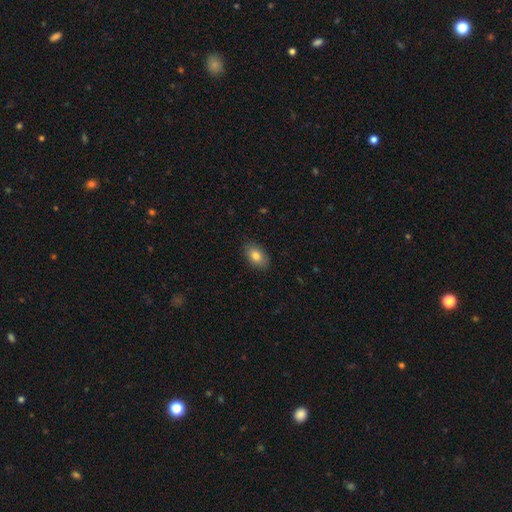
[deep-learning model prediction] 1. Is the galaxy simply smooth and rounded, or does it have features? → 83% smooth, 9% featured or disk, 8% star or artifact.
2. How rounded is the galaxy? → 89% in between, 9% round, 2% cigar-shaped.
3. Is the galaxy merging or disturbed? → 86% none, 11% minor disturbance, 2% major disturbance, 1% merger.